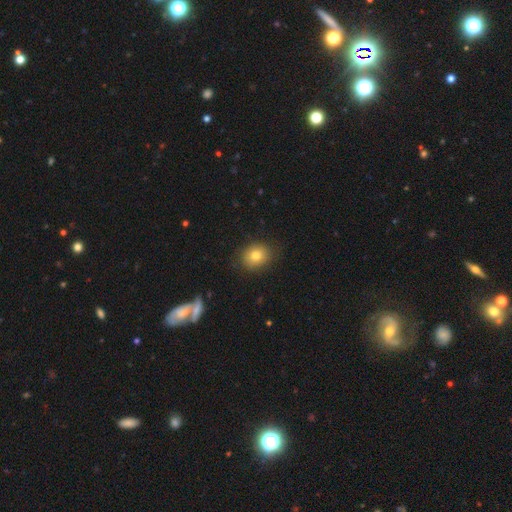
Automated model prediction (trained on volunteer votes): Q: Smooth or featured?
A: smooth (78%); runner-up: featured or disk (11%)
Q: How rounded?
A: round (62%); runner-up: in between (37%)
Q: Merging?
A: none (85%); runner-up: minor disturbance (11%)